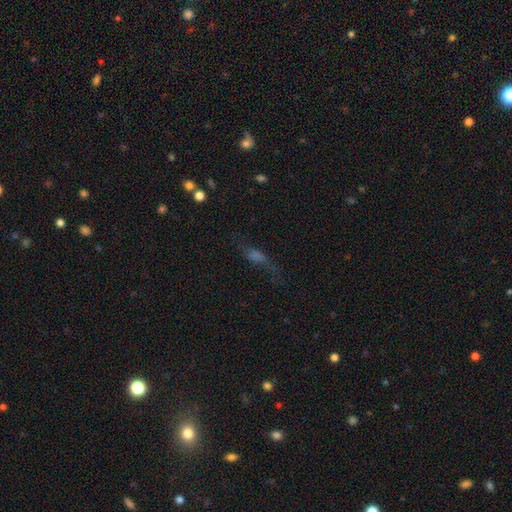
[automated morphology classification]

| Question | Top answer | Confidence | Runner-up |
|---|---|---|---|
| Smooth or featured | featured or disk | 41% | smooth (35%) |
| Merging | none | 51% | major disturbance (26%) |